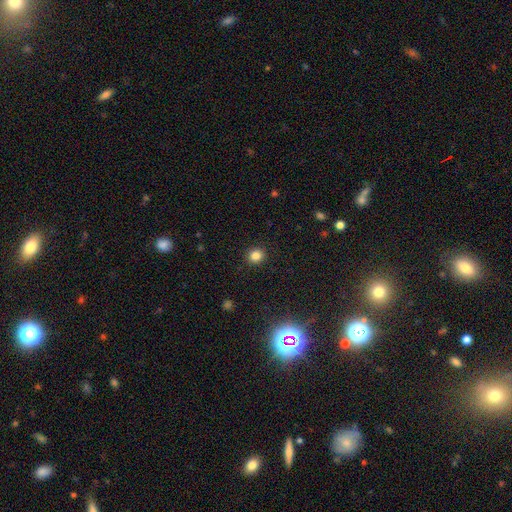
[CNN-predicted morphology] Smooth or featured? smooth (83%)
How rounded? round (84%)
Merging? none (92%)